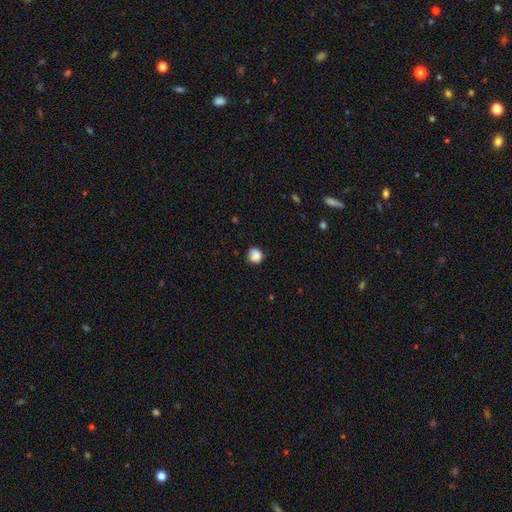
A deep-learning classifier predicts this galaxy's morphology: Smooth or featured? smooth (84%)
How rounded? round (83%)
Merging? none (72%)